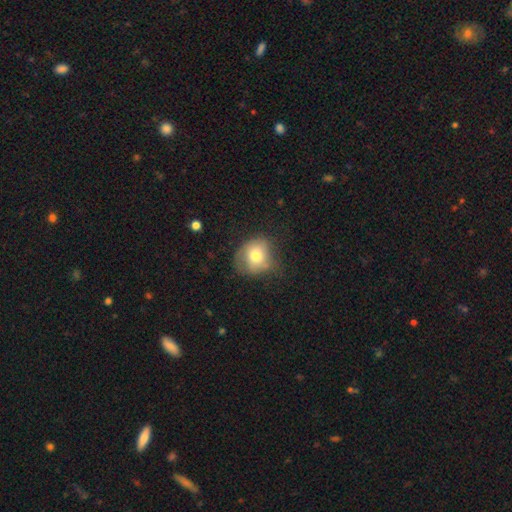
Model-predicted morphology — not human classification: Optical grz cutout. It shows a smooth galaxy with no disk features (71%) that is round (68%). Merging: none (53%).